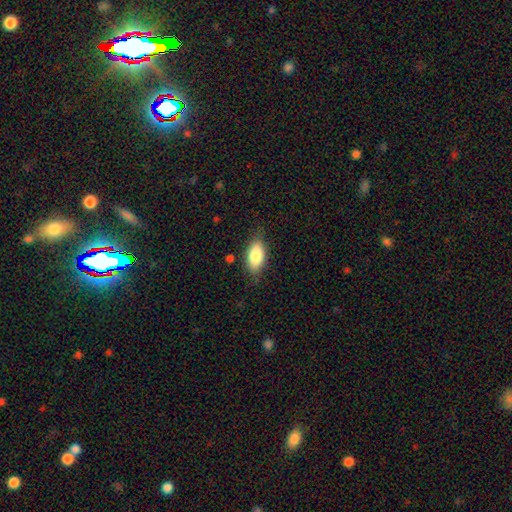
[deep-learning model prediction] smooth 83%, featured or disk 10%, star or artifact 7%. Down the decision tree: how rounded — in between (89%); merging — none (77%).